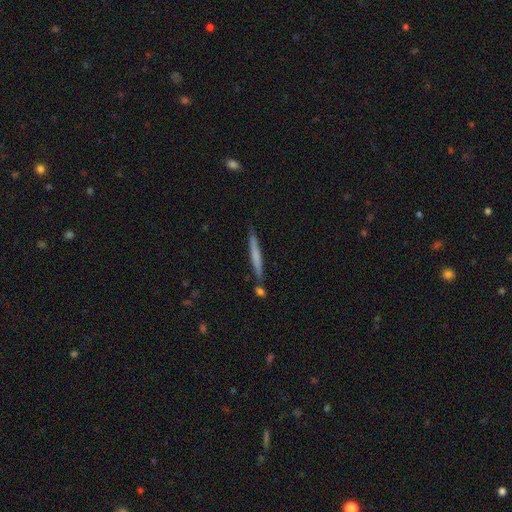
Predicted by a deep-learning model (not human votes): This appears to be a smooth galaxy with no disk features (58%) that is cigar-shaped (96%). Merging: none (81%).